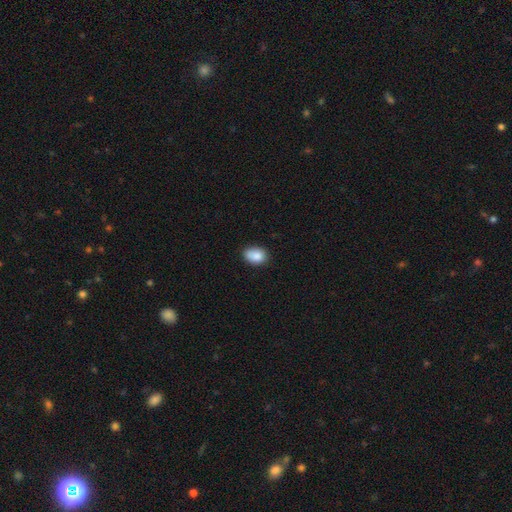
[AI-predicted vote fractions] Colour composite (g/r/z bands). It shows a smooth galaxy with no disk features (87%) that is in between round and cigar-shaped (80%). Merging: none (74%).